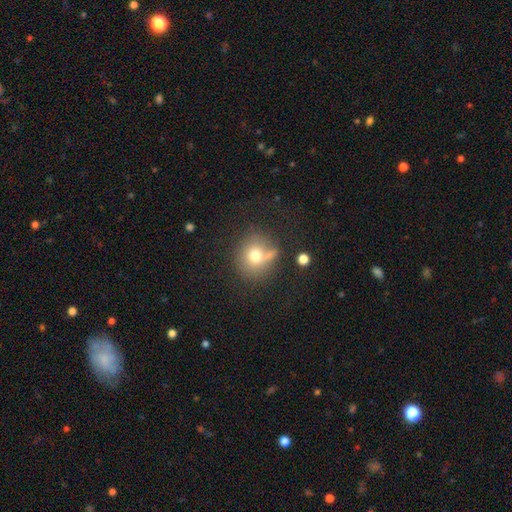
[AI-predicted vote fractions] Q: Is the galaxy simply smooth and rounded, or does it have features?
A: smooth — 72%.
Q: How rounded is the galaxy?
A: round — 81%.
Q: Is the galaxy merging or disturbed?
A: none — 58%.